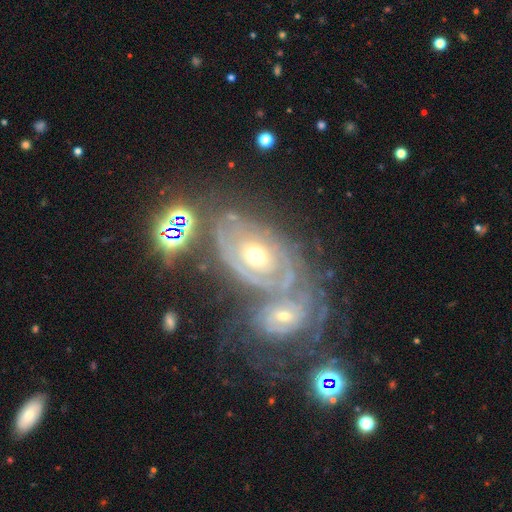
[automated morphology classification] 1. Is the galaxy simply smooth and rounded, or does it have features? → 81% featured or disk, 11% smooth, 8% star or artifact.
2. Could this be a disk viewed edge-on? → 95% no, 5% yes.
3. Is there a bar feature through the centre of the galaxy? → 79% no, 15% weak, 6% strong.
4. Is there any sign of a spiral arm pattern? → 82% yes, 18% no.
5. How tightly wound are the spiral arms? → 74% tight, 20% medium, 6% loose.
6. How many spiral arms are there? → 48% can't tell, 22% 2, 12% 3, 6% 1, 6% 4, 6% more than 4.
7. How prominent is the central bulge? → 64% moderate, 28% small, 5% large, 1% dominant, 1% none.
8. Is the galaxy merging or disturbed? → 53% merger, 26% none, 11% minor disturbance, 10% major disturbance.